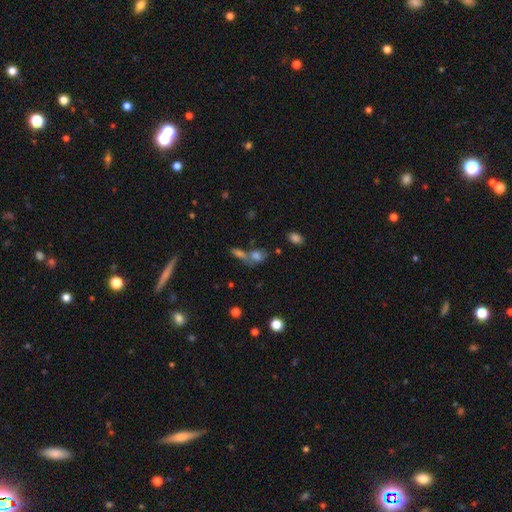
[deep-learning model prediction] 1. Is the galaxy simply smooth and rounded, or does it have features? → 69% smooth, 17% star or artifact, 13% featured or disk.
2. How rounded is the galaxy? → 64% in between, 30% round, 5% cigar-shaped.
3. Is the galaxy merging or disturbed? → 42% none, 41% merger, 11% minor disturbance, 7% major disturbance.